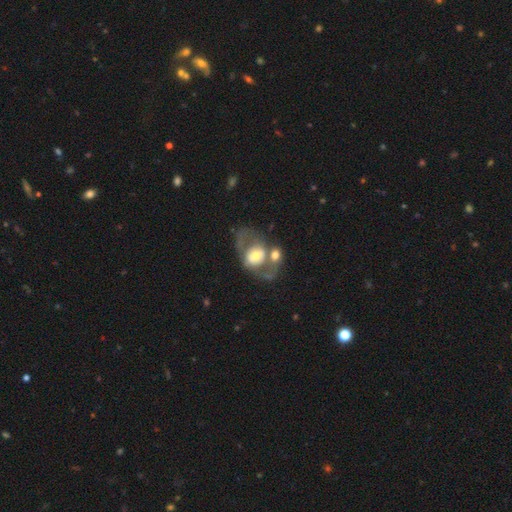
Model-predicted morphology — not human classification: type=featured or disk (53%); edge-on=no (93%); merging=merger (35%).